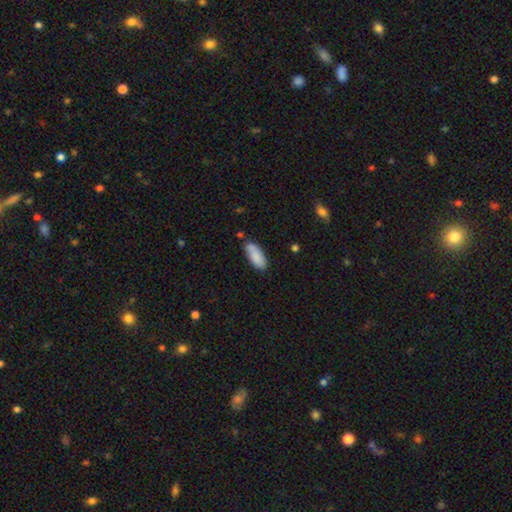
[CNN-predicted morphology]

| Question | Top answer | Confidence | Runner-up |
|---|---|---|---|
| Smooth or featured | smooth | 86% | featured or disk (8%) |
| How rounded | in between | 80% | cigar-shaped (18%) |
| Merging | none | 73% | minor disturbance (19%) |